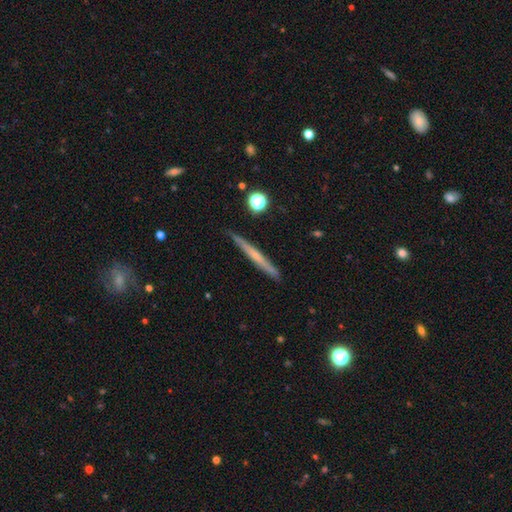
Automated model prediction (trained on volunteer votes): smooth-or-featured: featured or disk: 53% | smooth: 40% | star or artifact: 7%
  disk-edge-on: yes: 96% | no: 4%
    edge-on-bulge: none: 66% | rounded: 29% | boxy: 5%
  merging: none: 88% | minor disturbance: 9% | major disturbance: 1% | merger: 1%